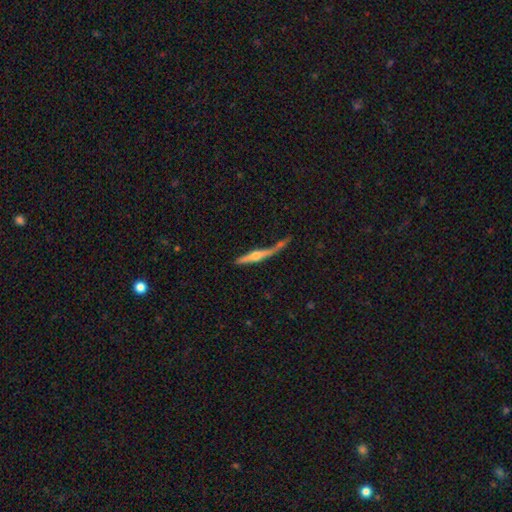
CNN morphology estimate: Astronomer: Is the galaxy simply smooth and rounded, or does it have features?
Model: featured or disk — 64%.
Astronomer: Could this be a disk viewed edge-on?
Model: yes — 93%.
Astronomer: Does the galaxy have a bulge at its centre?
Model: rounded — 90%.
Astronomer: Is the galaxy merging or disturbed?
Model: none — 49%.